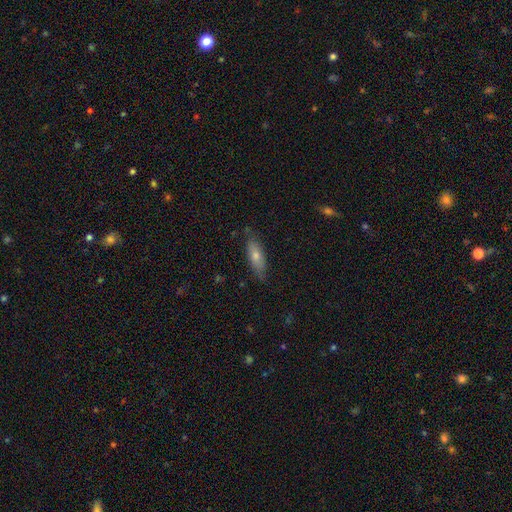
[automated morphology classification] smooth 59%, featured or disk 34%, star or artifact 7%. Down the decision tree: how rounded — cigar-shaped (49%, tied with in between); merging — none (77%).